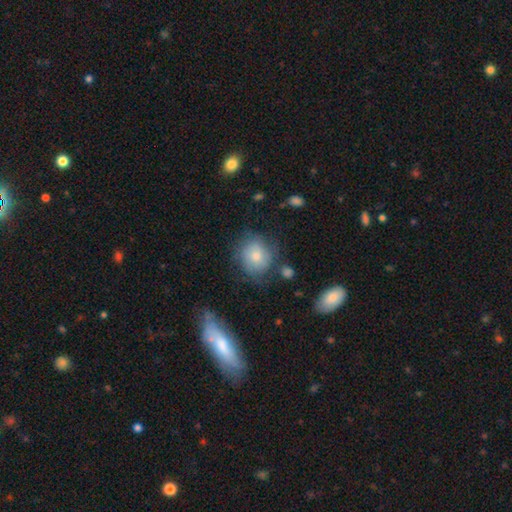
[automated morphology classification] smooth-or-featured: smooth: 64% | featured or disk: 26% | star or artifact: 10%
  how-rounded: round: 74% | in between: 24% | cigar-shaped: 1%
  merging: none: 66% | minor disturbance: 21% | major disturbance: 8% | merger: 4%